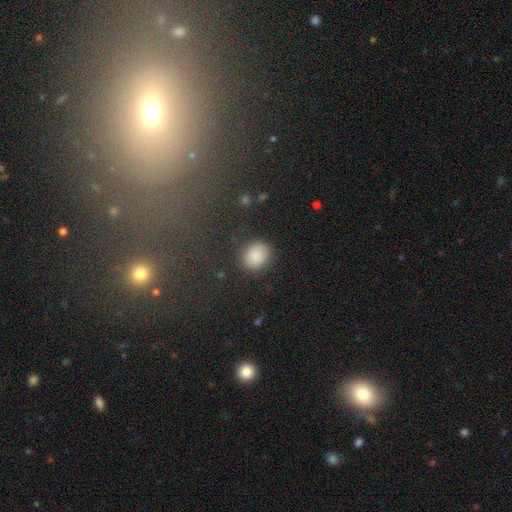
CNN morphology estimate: A smooth galaxy with no disk features (86%) that is round (62%). Merging: none (81%).